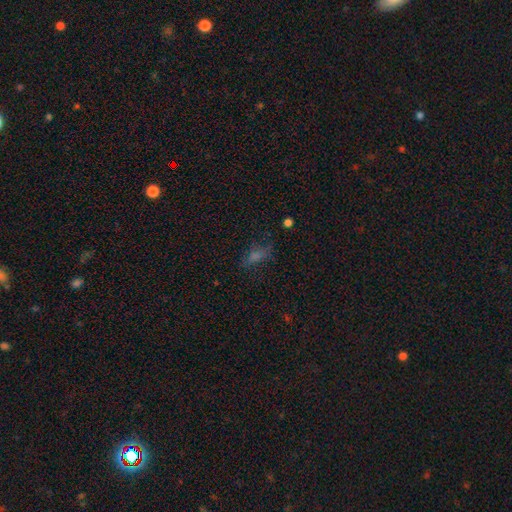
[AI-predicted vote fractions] Smooth or featured: smooth — 45% (star or artifact — 32%)
Merging: none — 66% (minor disturbance — 20%)